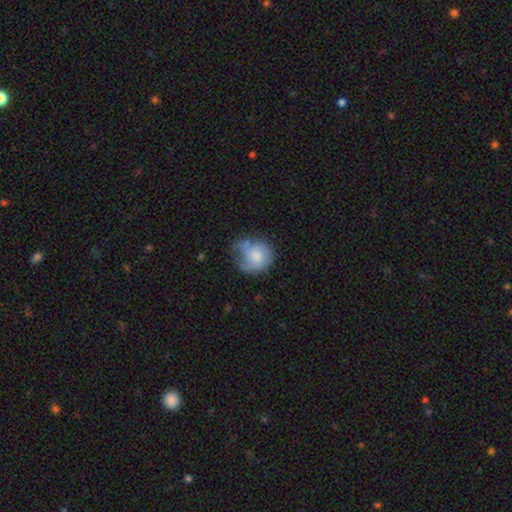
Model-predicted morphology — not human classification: Smooth or featured: smooth — 52% (featured or disk — 40%)
How rounded: round — 71% (in between — 28%)
Merging: none — 38% (minor disturbance — 33%)